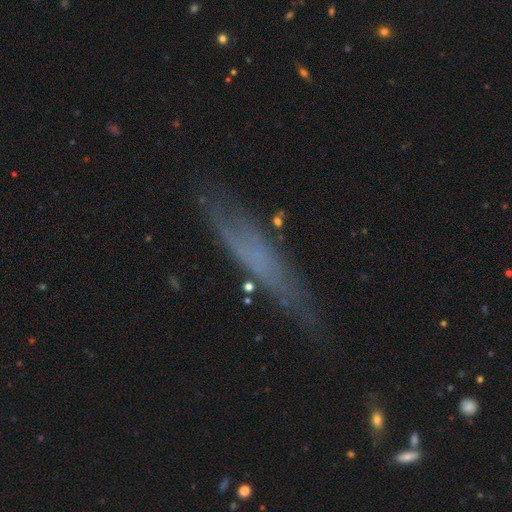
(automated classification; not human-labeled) smooth_or_featured: featured or disk (p=0.46) [alt: smooth p=0.42]
merging: none (p=0.72) [alt: minor disturbance p=0.19]